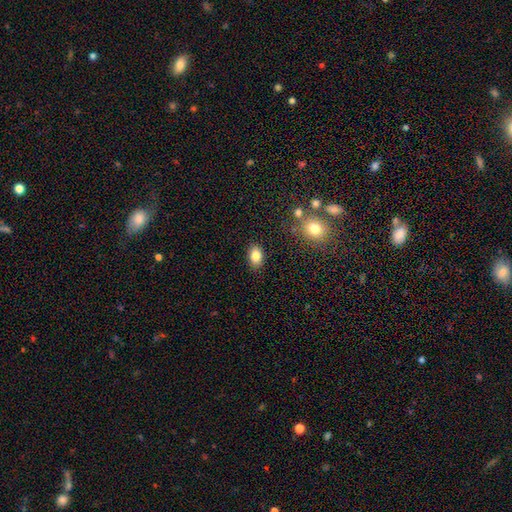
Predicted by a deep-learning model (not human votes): smooth 84%, star or artifact 9%, featured or disk 7%. Down the decision tree: how rounded — in between (82%); merging — none (85%).